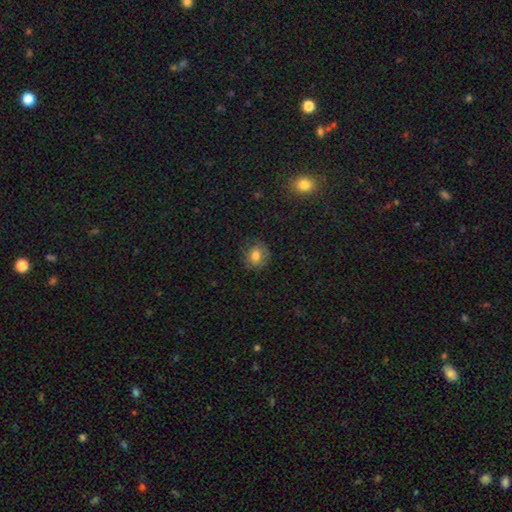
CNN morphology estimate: smooth-or-featured: smooth: 75% | featured or disk: 14% | star or artifact: 10%
  how-rounded: round: 68% | in between: 31% | cigar-shaped: 1%
  merging: none: 74% | minor disturbance: 18% | major disturbance: 7% | merger: 1%